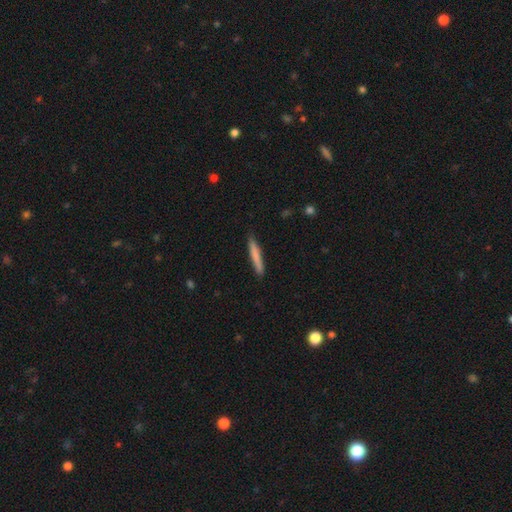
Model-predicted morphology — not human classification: This is likely a smooth galaxy (77%). How rounded: clearly cigar-shaped (95%). Merging: clearly none (87%).